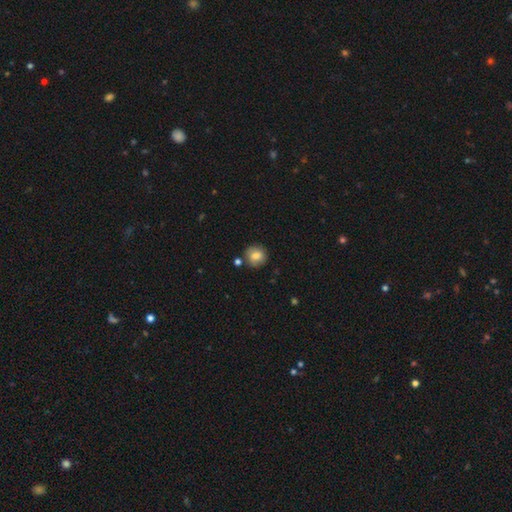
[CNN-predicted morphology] Smooth or featured? smooth (79%)
How rounded? round (92%)
Merging? none (83%)